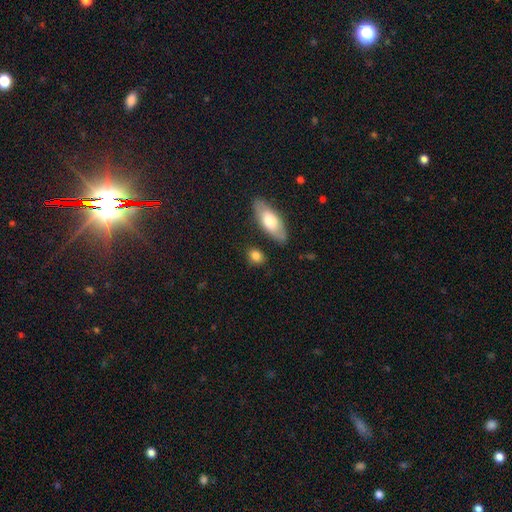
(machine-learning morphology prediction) smooth-or-featured: smooth: 81% | featured or disk: 11% | star or artifact: 8%
  how-rounded: in between: 57% | round: 35% | cigar-shaped: 7%
  merging: none: 78% | minor disturbance: 13% | merger: 5% | major disturbance: 4%